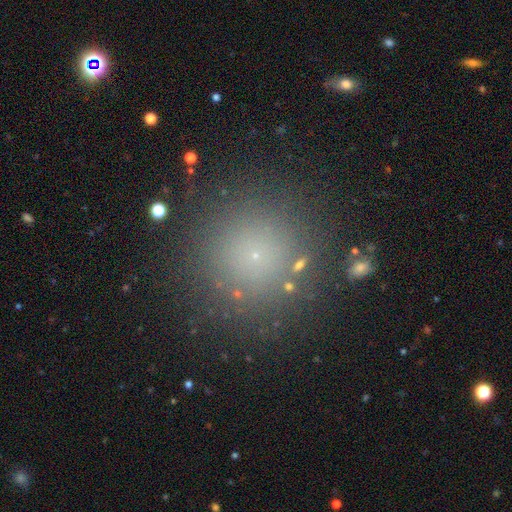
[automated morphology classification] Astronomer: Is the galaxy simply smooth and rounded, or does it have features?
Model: smooth — 64%.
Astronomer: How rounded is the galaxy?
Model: round — 96%.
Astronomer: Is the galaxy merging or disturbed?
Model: none — 89%.